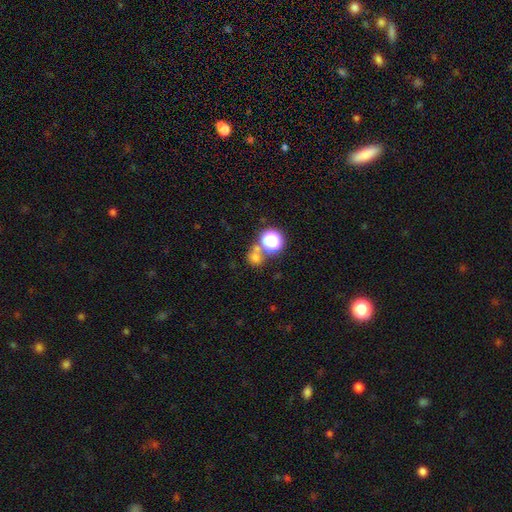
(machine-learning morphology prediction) Smooth or featured? Predicted: smooth (p=0.65). How rounded? Predicted: round (p=0.81). Merging? Predicted: none (p=0.54).